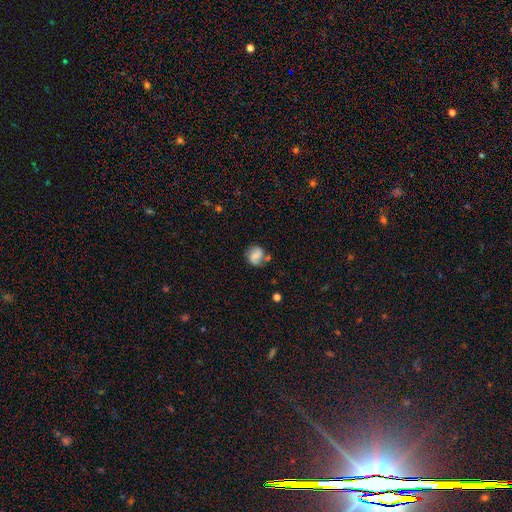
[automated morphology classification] Overall: smooth (47%; featured or disk 44%). Merging: none (64%).